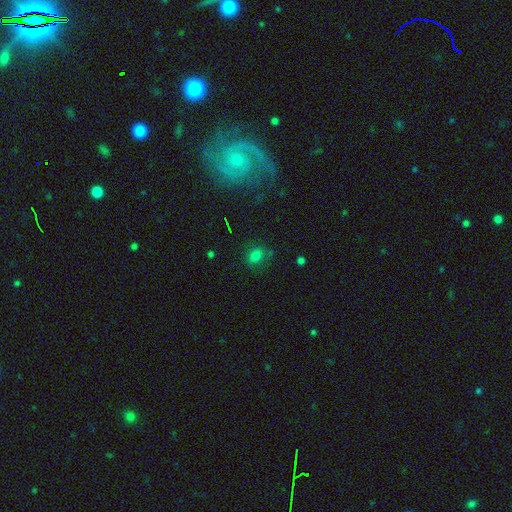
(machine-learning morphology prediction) Overall: smooth (73%). How rounded: in between (57%; round 41%). Merging: none (75%).